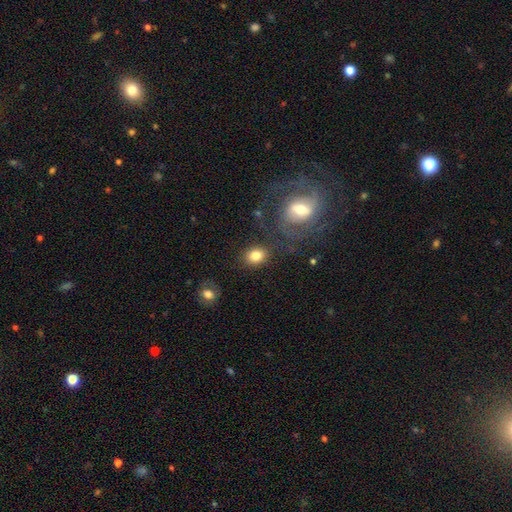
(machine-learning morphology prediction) smooth-or-featured: smooth: 82% | featured or disk: 9% | star or artifact: 9%
  how-rounded: in between: 56% | round: 43% | cigar-shaped: 1%
  merging: none: 79% | minor disturbance: 11% | major disturbance: 5% | merger: 5%